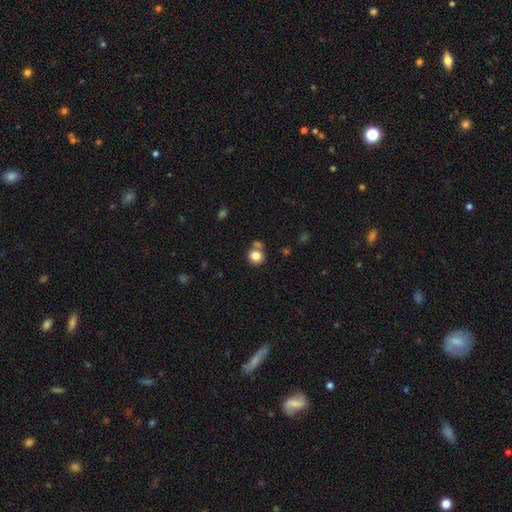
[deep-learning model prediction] A smooth galaxy with no disk features (82%) that is round (88%). Merging: none (61%).